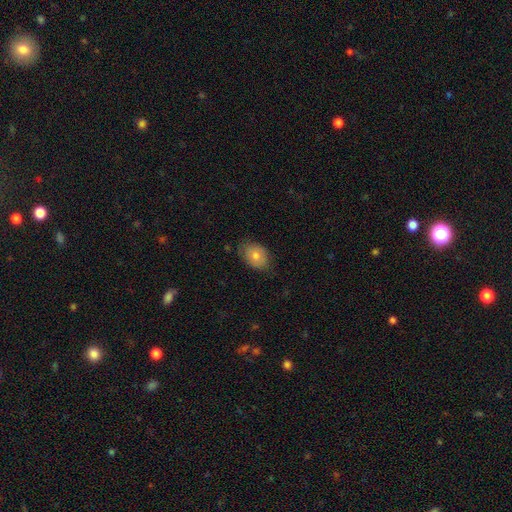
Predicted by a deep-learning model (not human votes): smooth 73%, featured or disk 18%, star or artifact 8%. Down the decision tree: how rounded — in between (75%); merging — none (76%).